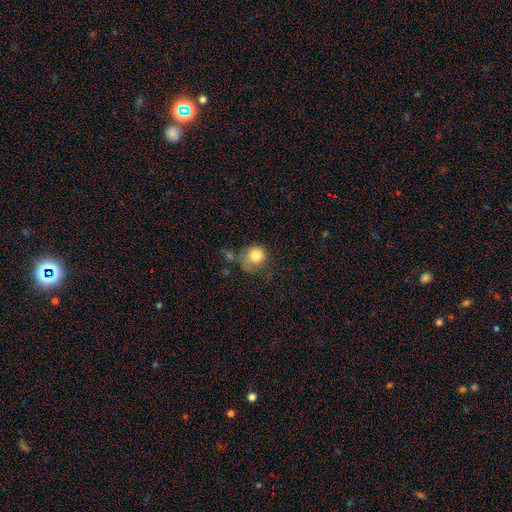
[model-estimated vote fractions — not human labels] smooth 80%, featured or disk 11%, star or artifact 9%. Down the decision tree: how rounded — round (81%); merging — none (41%).